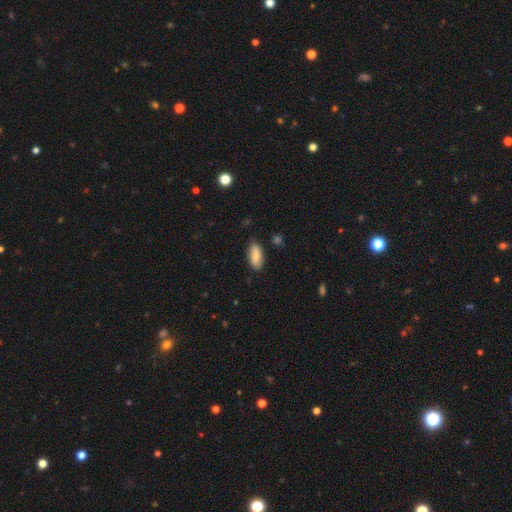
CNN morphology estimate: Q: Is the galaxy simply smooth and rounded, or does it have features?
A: smooth — 81%.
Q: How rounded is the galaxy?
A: in between — 83%.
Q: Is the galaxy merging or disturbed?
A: none — 82%.